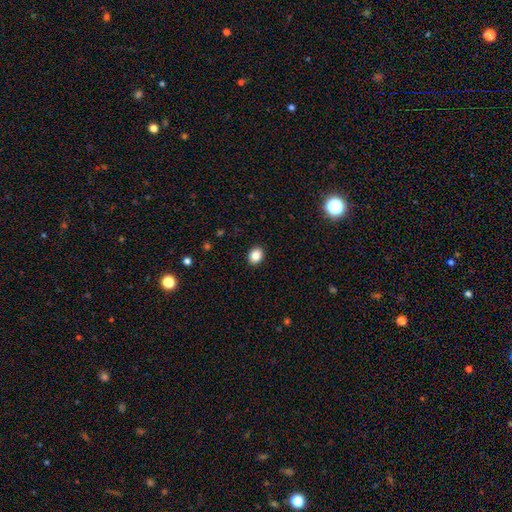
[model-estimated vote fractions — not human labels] smooth-or-featured: smooth: 86% | star or artifact: 10% | featured or disk: 4%
  how-rounded: round: 52% | in between: 47% | cigar-shaped: 1%
  merging: none: 91% | minor disturbance: 6% | major disturbance: 2% | merger: 1%